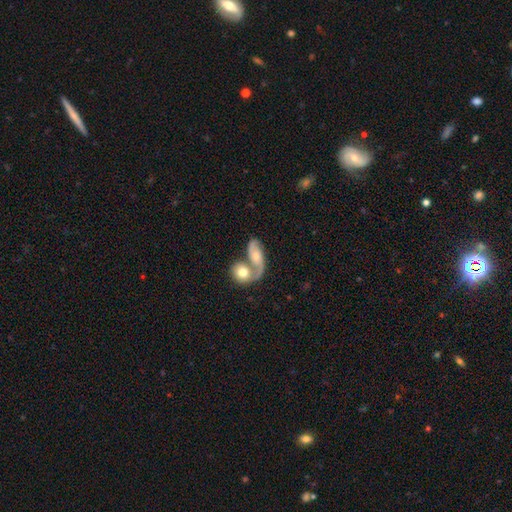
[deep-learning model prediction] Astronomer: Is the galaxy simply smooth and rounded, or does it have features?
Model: featured or disk — 55% (runner-up: smooth, 38%).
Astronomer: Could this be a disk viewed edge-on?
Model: no — 94%.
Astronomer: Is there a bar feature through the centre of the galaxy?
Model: no — 71%.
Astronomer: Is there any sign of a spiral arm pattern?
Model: yes — 78%.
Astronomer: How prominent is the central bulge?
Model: moderate — 57%.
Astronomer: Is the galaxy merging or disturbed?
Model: merger — 62%.